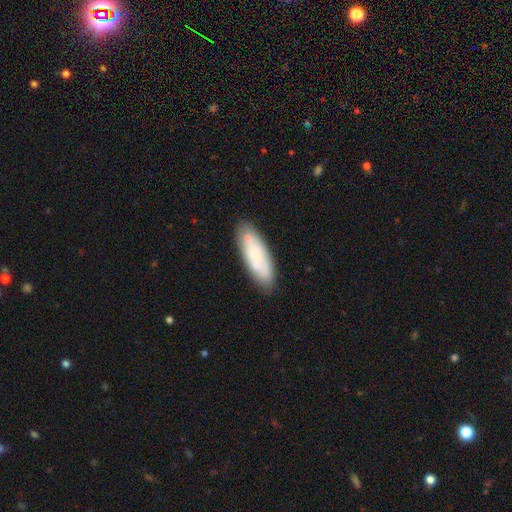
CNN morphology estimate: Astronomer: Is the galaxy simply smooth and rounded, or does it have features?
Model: smooth — 68%.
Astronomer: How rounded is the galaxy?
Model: in between — 54% (runner-up: cigar-shaped, 44%).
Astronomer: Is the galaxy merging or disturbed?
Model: none — 80%.